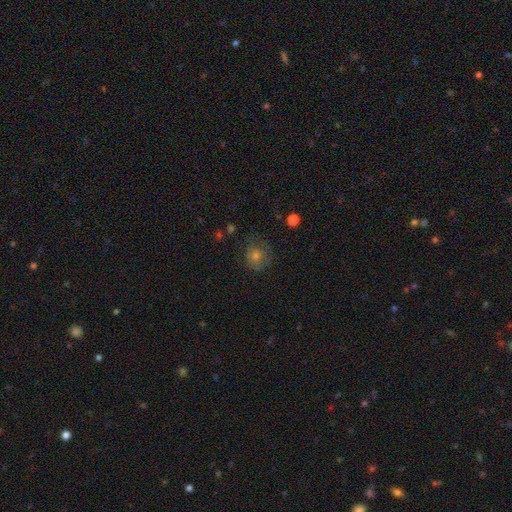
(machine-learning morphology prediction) smooth 54%, featured or disk 27%, star or artifact 20%. Down the decision tree: how rounded — round (83%); merging — none (72%).